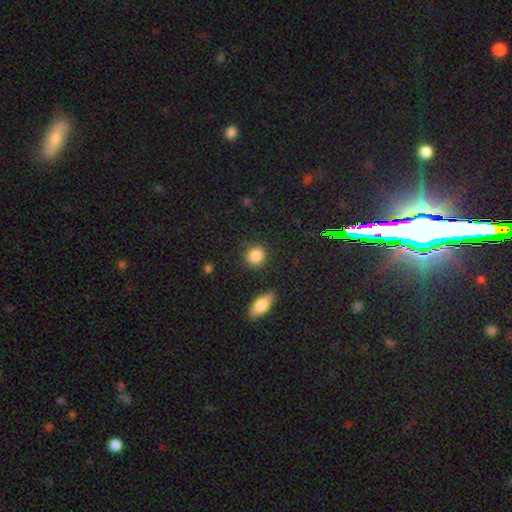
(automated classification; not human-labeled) Smooth or featured?
  - smooth: 87% *
  - star or artifact: 8%
  - featured or disk: 5%
How rounded?
  - round: 83% *
  - in between: 15%
  - cigar-shaped: 2%
Merging?
  - none: 86% *
  - minor disturbance: 9%
  - major disturbance: 3%
  - merger: 3%